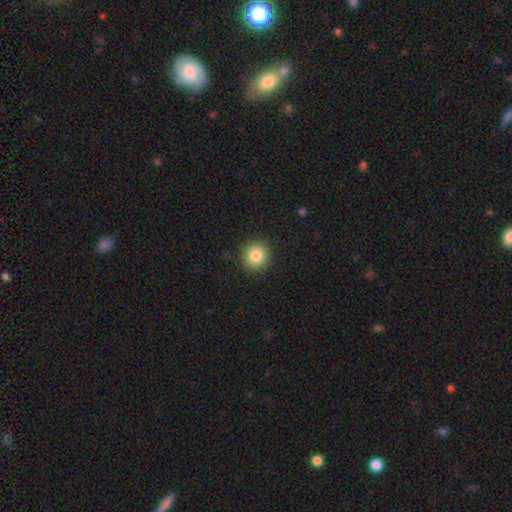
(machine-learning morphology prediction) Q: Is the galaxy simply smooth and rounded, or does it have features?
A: smooth — 85%.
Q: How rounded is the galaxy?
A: round — 93%.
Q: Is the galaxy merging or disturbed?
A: none — 91%.